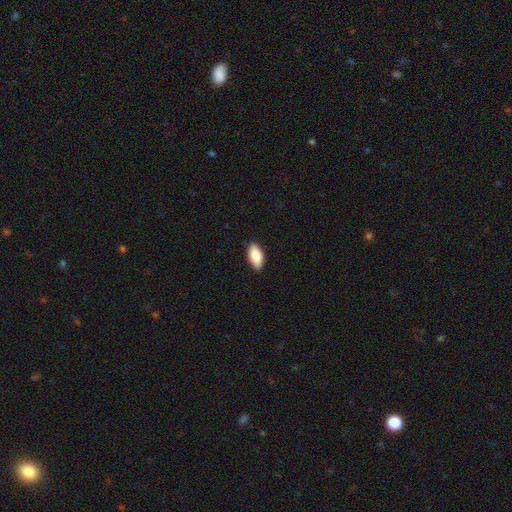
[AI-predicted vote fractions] Smooth or featured? Predicted: smooth (p=0.88). How rounded? Predicted: in between (p=0.92). Merging? Predicted: none (p=0.87).